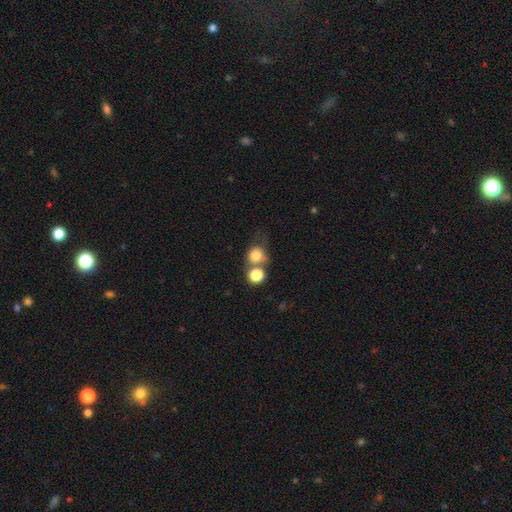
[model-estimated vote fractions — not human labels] Smooth or featured? Predicted: smooth (p=0.78). How rounded? Predicted: round (p=0.79). Merging? Predicted: merger (p=0.39, tied with none).